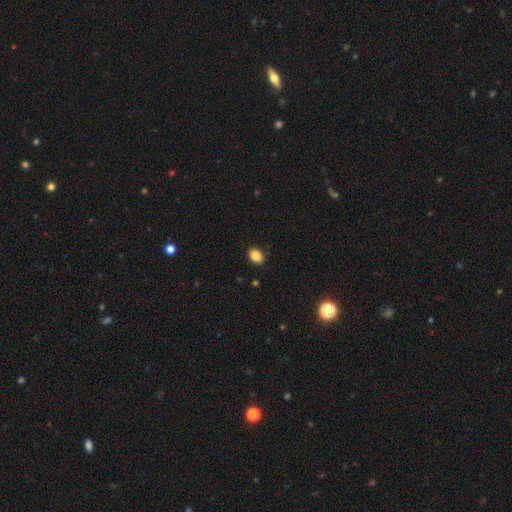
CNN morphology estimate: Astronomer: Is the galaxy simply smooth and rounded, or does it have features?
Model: smooth — 87%.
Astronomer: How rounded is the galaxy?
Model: in between — 74%.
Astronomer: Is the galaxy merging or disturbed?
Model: none — 90%.